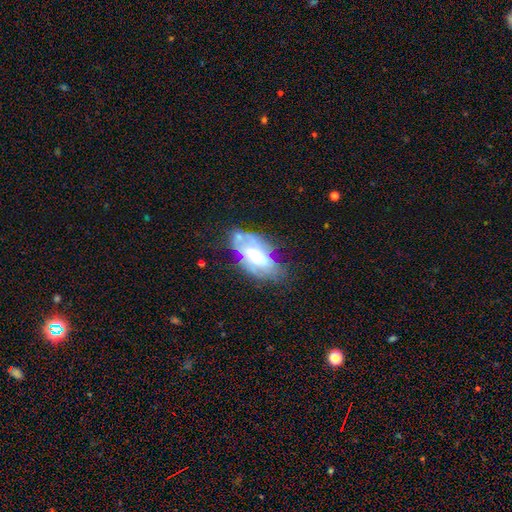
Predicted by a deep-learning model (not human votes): Q: Smooth or featured?
A: featured or disk (63%); runner-up: smooth (29%)
Q: Edge-on disk?
A: no (89%); runner-up: yes (11%)
Q: Bar?
A: no (63%); runner-up: weak (28%)
Q: Spiral arms?
A: yes (50%); tied with: no (50%)
Q: Bulge size?
A: moderate (49%); runner-up: small (36%)
Q: Merging?
A: none (47%); runner-up: minor disturbance (27%)